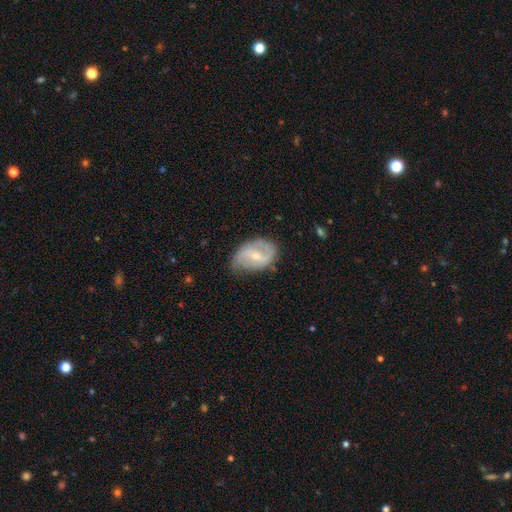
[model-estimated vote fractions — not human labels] Overall: featured or disk (70%). Edge-on disk: no (96%). Bar: weak (51%; strong 28%). Spiral arms: yes (80%). Spiral arm count: 2 (76%). Spiral winding: medium (40%, tied with loose). Bulge size: small (51%; moderate 44%). Merging: none (55%; minor disturbance 32%).